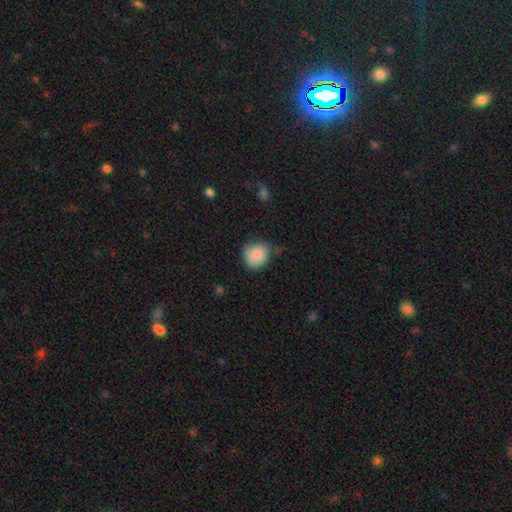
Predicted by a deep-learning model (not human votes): The model was most divided on "merging": none: 55%, minor disturbance: 34%, major disturbance: 7%, merger: 4%. More confident: smooth or featured — smooth (85%); how rounded — round (78%).